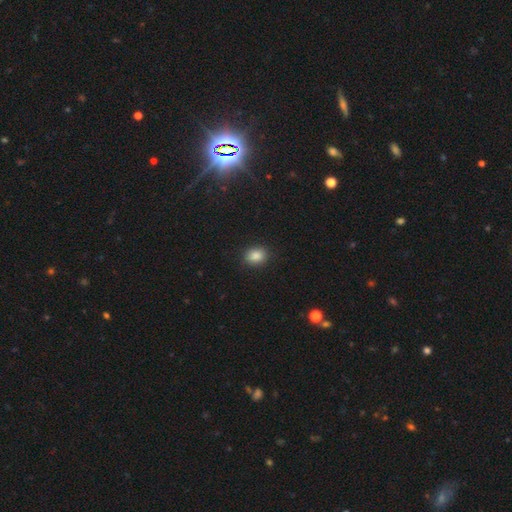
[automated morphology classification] type=smooth (86%); roundness=in between (51%); merging=none (89%).